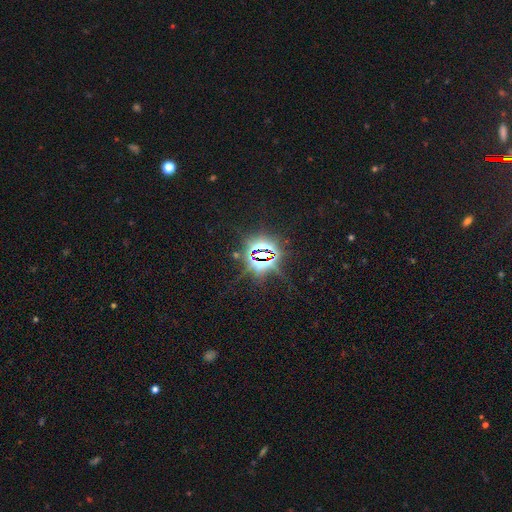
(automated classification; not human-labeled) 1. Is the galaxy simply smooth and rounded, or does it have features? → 84% star or artifact, 8% smooth, 7% featured or disk.